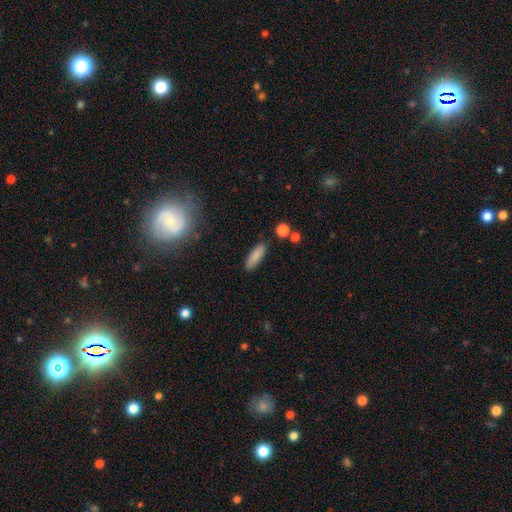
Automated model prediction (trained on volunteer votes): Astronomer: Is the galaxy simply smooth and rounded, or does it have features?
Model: smooth — 86%.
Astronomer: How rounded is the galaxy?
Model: in between — 58% (runner-up: cigar-shaped, 39%).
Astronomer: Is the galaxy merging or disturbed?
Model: none — 87%.